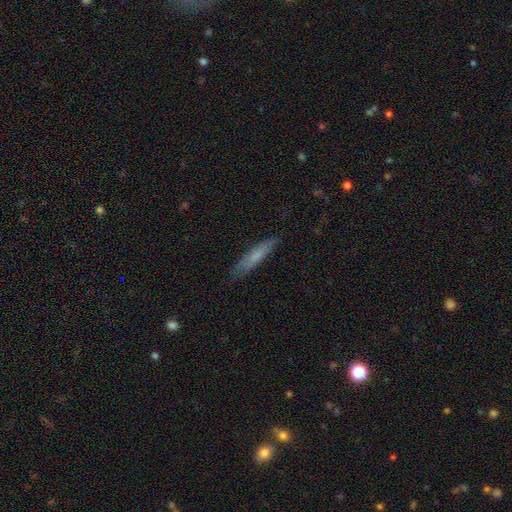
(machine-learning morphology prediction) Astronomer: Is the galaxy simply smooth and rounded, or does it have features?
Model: smooth — 68%.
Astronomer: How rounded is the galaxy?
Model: cigar-shaped — 87%.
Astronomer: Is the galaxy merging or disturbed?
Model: none — 84%.